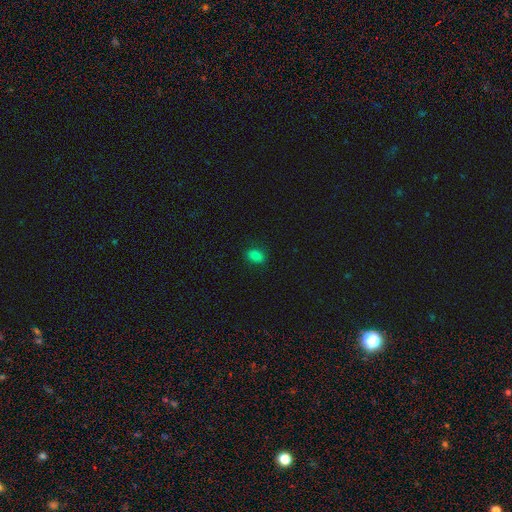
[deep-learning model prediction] Q: Smooth or featured?
A: smooth (79%); runner-up: star or artifact (14%)
Q: How rounded?
A: in between (64%); runner-up: round (35%)
Q: Merging?
A: none (85%); runner-up: minor disturbance (12%)